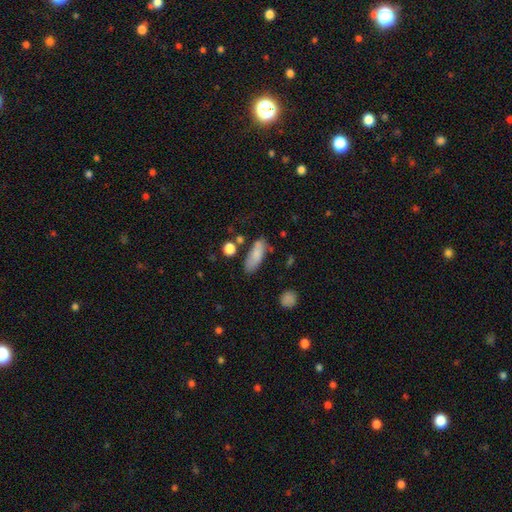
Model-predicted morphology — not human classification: type=smooth (81%); roundness=in between (70%); merging=none (66%).